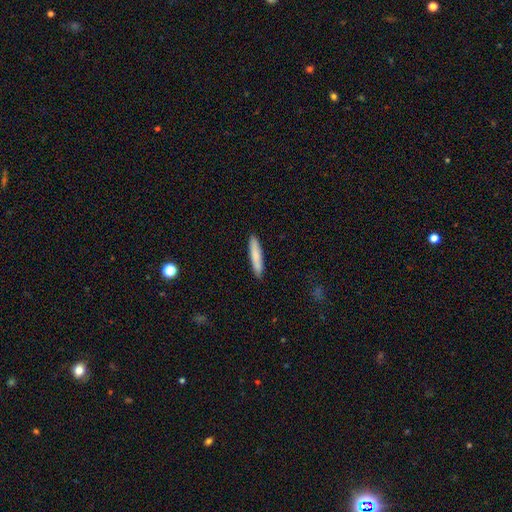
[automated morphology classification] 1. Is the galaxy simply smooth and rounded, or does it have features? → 80% smooth, 14% featured or disk, 6% star or artifact.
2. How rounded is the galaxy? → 90% cigar-shaped, 9% in between, 1% round.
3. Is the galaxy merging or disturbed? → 90% none, 7% minor disturbance, 1% major disturbance, 1% merger.